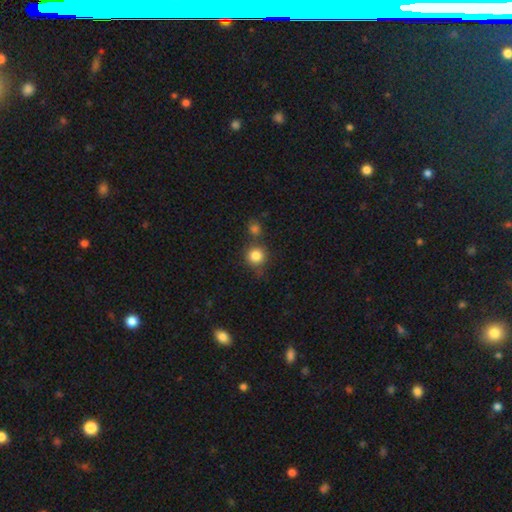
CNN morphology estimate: type=smooth (83%); roundness=round (93%); merging=none (72%).